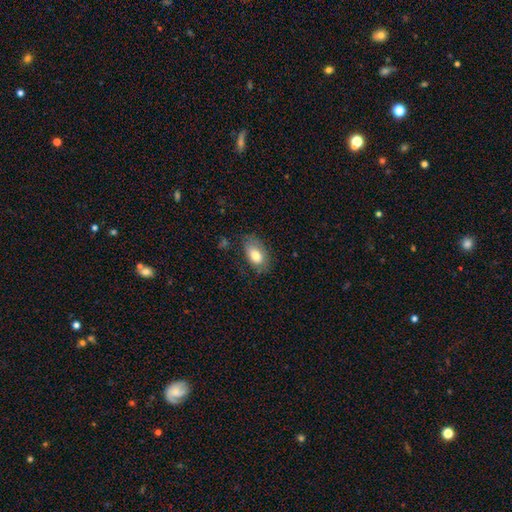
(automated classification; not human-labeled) Morphology: type=smooth (79%); roundness=in between (91%); merging=none (67%).